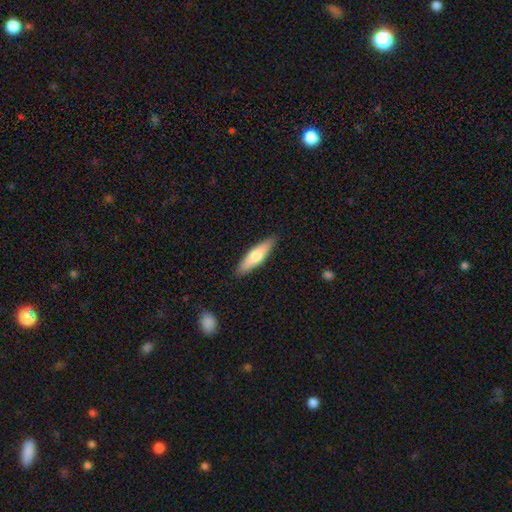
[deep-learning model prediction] This appears to be a smooth galaxy with no disk features (65%) that is cigar-shaped (64%). Merging: none (88%).